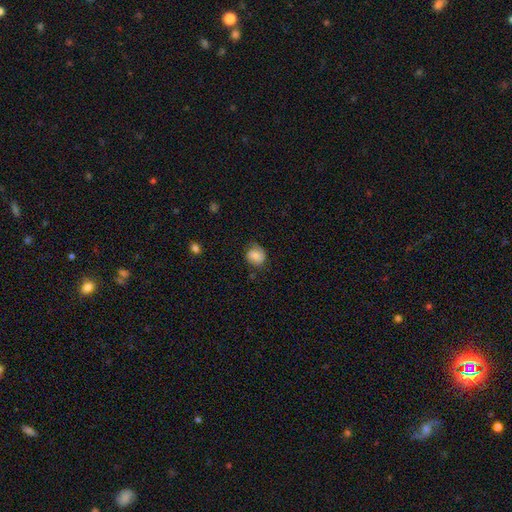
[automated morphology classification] Smooth or featured: smooth — 66% (featured or disk — 25%)
How rounded: round — 70% (in between — 30%)
Merging: none — 65% (minor disturbance — 25%)